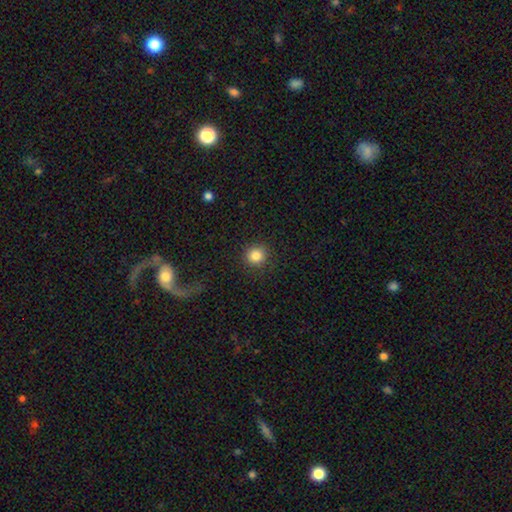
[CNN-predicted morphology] Smooth or featured? Predicted: smooth (p=0.85). How rounded? Predicted: round (p=0.92). Merging? Predicted: none (p=0.90).